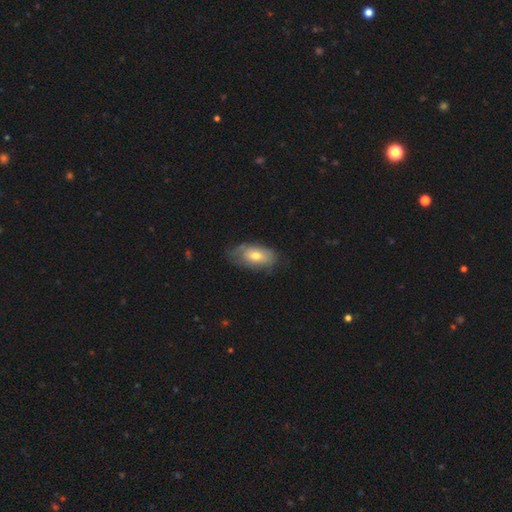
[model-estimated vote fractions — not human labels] smooth_or_featured: smooth (p=0.57) [alt: featured or disk p=0.36]
how_rounded: in between (p=0.91) [alt: round p=0.05]
merging: none (p=0.61) [alt: minor disturbance p=0.29]